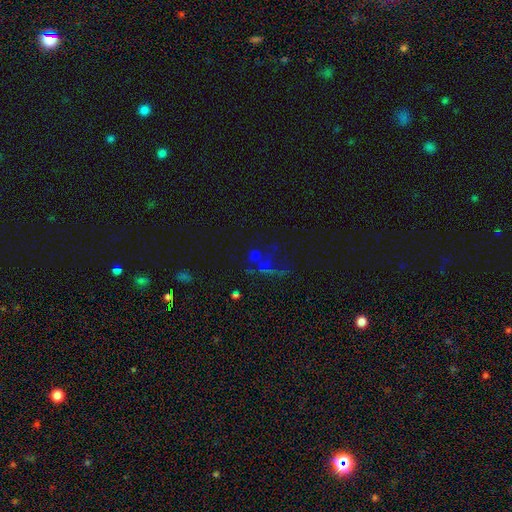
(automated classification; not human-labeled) Morphology: type=star or artifact (43%).